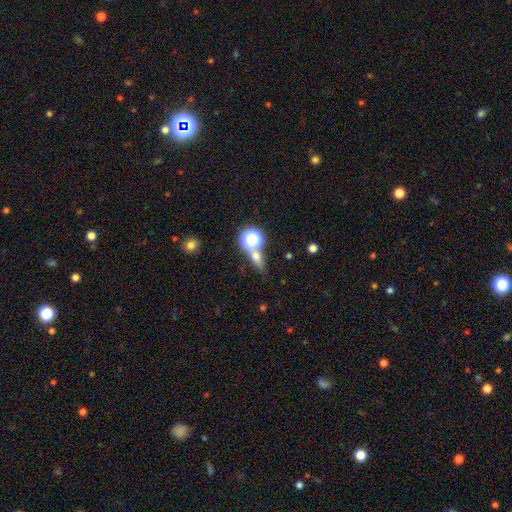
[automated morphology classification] Smooth or featured? smooth (58%)
How rounded? round (46%)
Merging? none (61%)